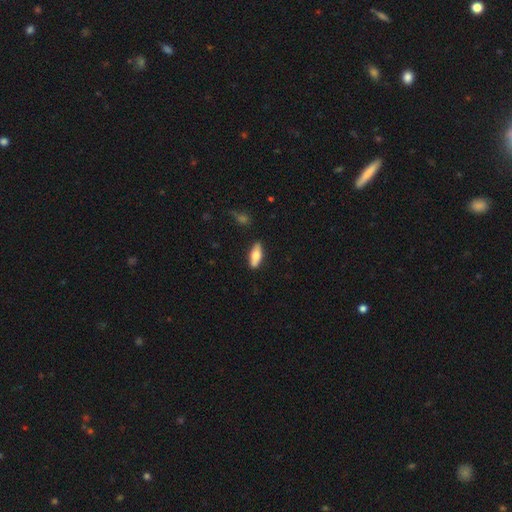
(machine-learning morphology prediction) Smooth or featured: smooth — 67% (featured or disk — 27%)
How rounded: in between — 66% (cigar-shaped — 32%)
Merging: none — 84% (minor disturbance — 11%)